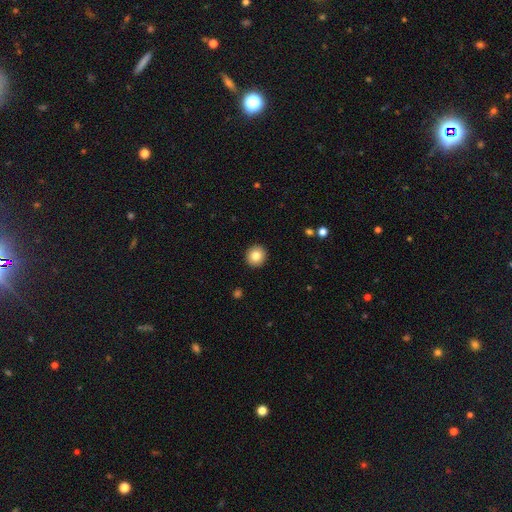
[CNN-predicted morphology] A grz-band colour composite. It shows a smooth galaxy with no disk features (83%) that is round (92%). Merging: none (93%).